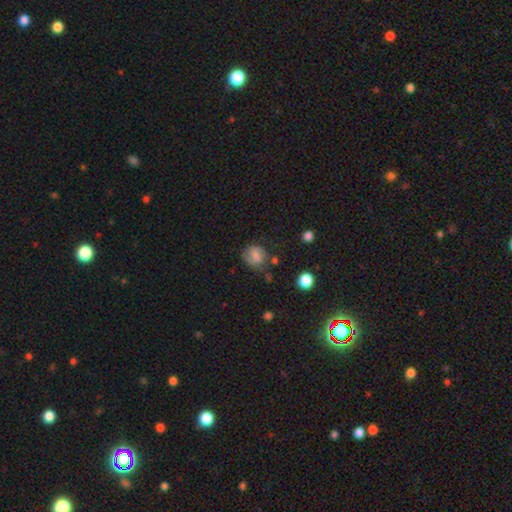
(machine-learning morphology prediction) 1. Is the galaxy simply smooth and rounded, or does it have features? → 59% smooth, 31% featured or disk, 10% star or artifact.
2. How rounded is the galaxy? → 69% round, 30% in between, 1% cigar-shaped.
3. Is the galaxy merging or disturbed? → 62% none, 24% minor disturbance, 10% major disturbance, 5% merger.